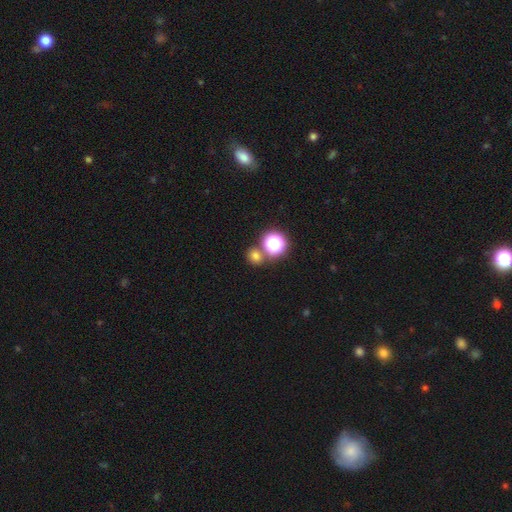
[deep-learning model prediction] A smooth galaxy with no disk features (70%) that is round (78%). Merging: none (70%).